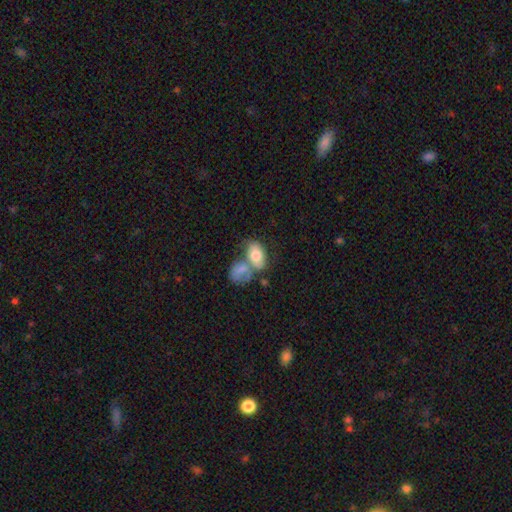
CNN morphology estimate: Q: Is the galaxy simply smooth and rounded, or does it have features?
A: smooth — 69%.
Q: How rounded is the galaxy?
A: in between — 85%.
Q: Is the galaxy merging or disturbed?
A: merger — 56%.